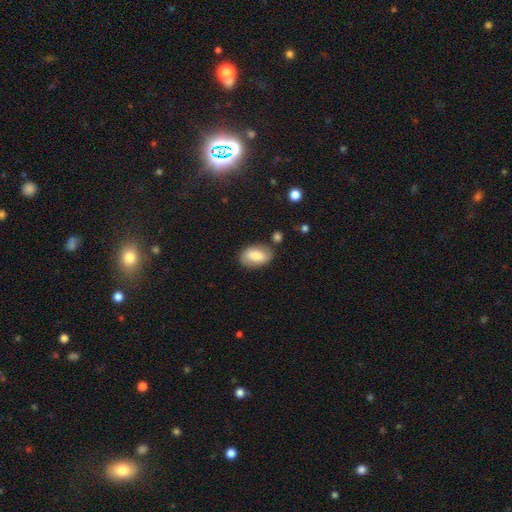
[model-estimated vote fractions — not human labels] This is likely a smooth galaxy (76%). How rounded: clearly in between (89%). Merging: likely none (73%).